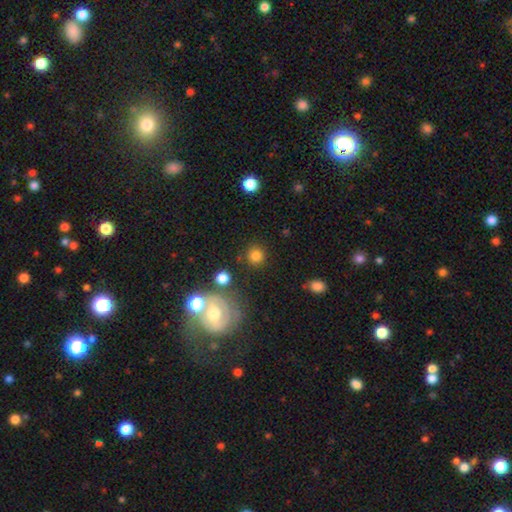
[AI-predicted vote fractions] Smooth or featured? Predicted: smooth (p=0.79). How rounded? Predicted: round (p=0.91). Merging? Predicted: none (p=0.83).